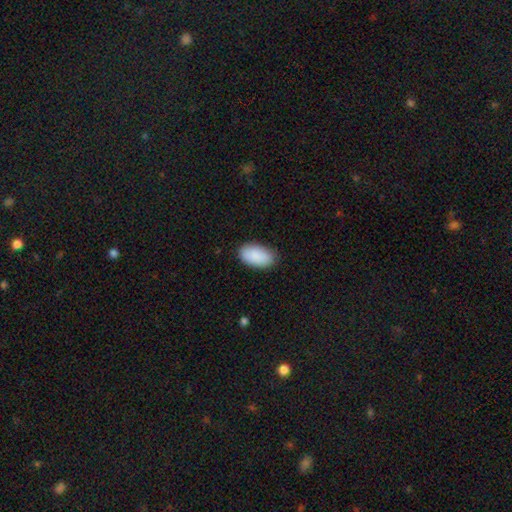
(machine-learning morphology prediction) Smooth or featured? Predicted: smooth (p=0.90). How rounded? Predicted: in between (p=0.95). Merging? Predicted: none (p=0.84).